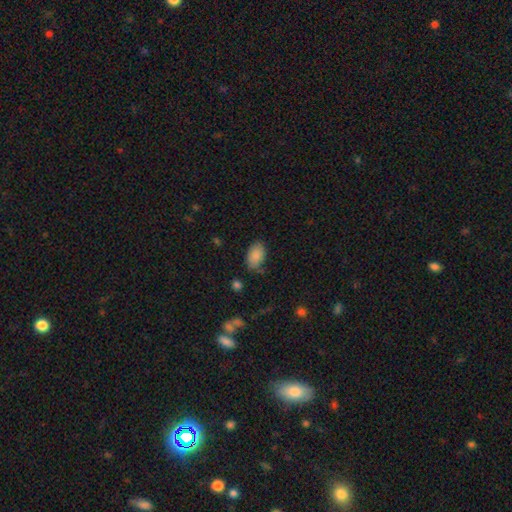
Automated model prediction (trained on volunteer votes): A smooth galaxy with no disk features (86%) that is in between round and cigar-shaped (91%). Merging: none (73%).